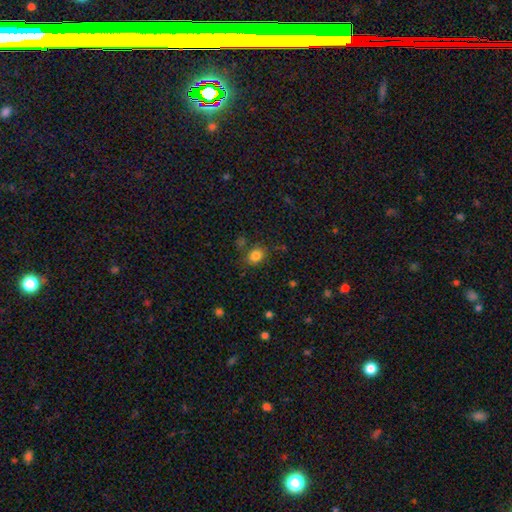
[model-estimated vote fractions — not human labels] A smooth galaxy with no disk features (82%) that is in between round and cigar-shaped (50%).

Vote fractions:
- Smooth or featured? smooth: 82% / star or artifact: 12% / featured or disk: 6%
- How rounded? in between: 50% / round: 49% / cigar-shaped: 1%
- Merging? none: 78% / minor disturbance: 13% / merger: 4% / major disturbance: 4%